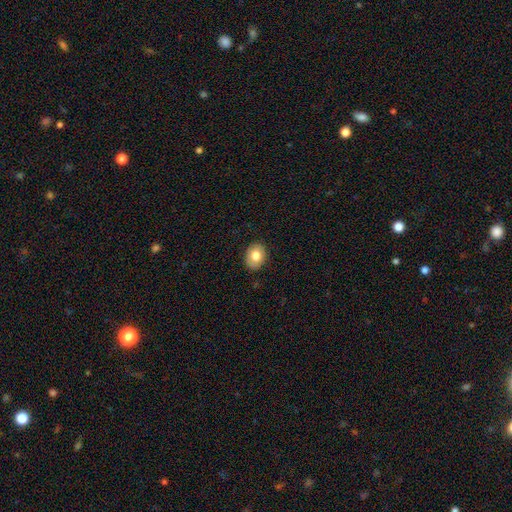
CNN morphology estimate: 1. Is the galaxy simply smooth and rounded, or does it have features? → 78% smooth, 14% featured or disk, 8% star or artifact.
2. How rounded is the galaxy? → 59% in between, 41% round, 1% cigar-shaped.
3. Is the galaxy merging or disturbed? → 87% none, 10% minor disturbance, 2% major disturbance, 1% merger.